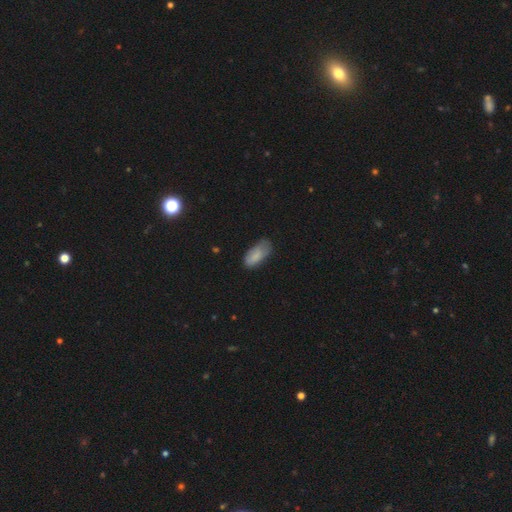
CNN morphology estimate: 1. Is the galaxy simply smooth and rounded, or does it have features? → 83% smooth, 10% featured or disk, 7% star or artifact.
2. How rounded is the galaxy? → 90% in between, 8% cigar-shaped, 2% round.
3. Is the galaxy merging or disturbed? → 53% none, 36% minor disturbance, 9% major disturbance, 2% merger.